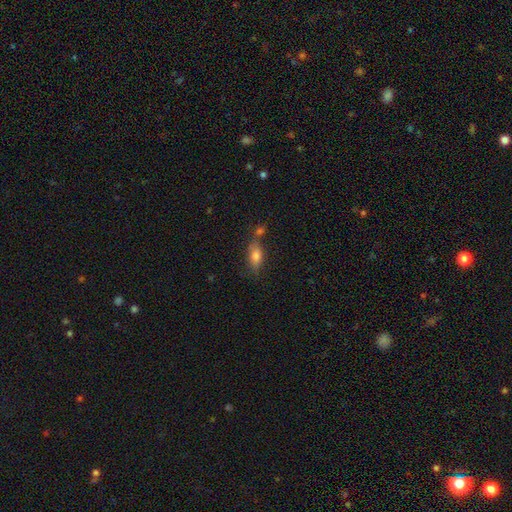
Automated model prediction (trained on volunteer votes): The model was most divided on "merging": none: 56%, merger: 21%, minor disturbance: 17%, major disturbance: 6%. More confident: how rounded — in between (79%); smooth or featured — smooth (74%).